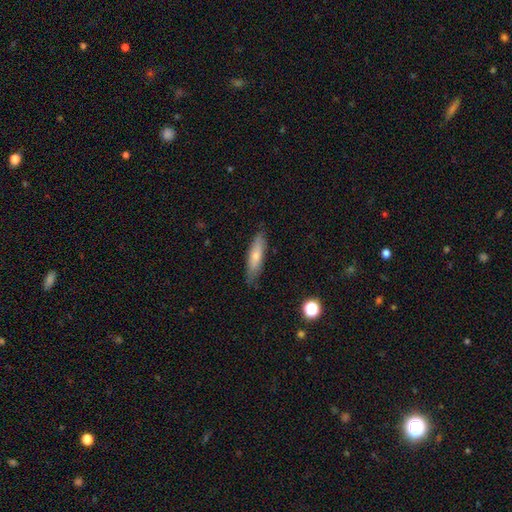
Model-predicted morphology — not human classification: Overall: smooth (69%). How rounded: cigar-shaped (68%; in between 30%). Merging: none (81%).